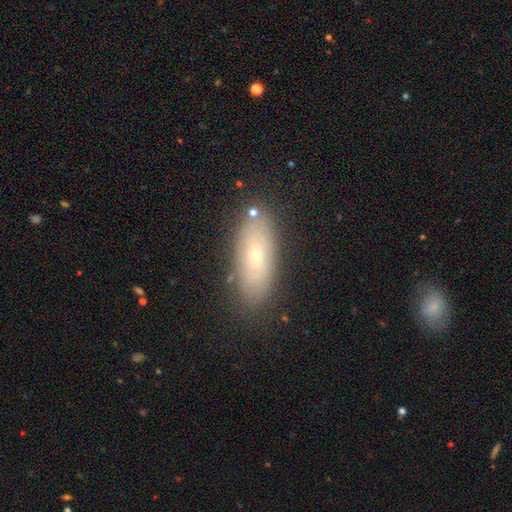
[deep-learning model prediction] Morphology: type=smooth (54%); roundness=in between (74%); merging=none (81%).